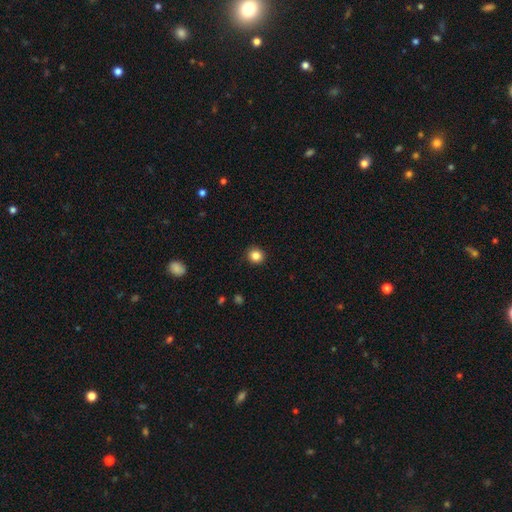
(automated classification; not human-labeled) Smooth or featured?
  - smooth: 85% *
  - star or artifact: 11%
  - featured or disk: 4%
How rounded?
  - round: 91% *
  - in between: 8%
  - cigar-shaped: 1%
Merging?
  - none: 91% *
  - minor disturbance: 6%
  - major disturbance: 2%
  - merger: 1%